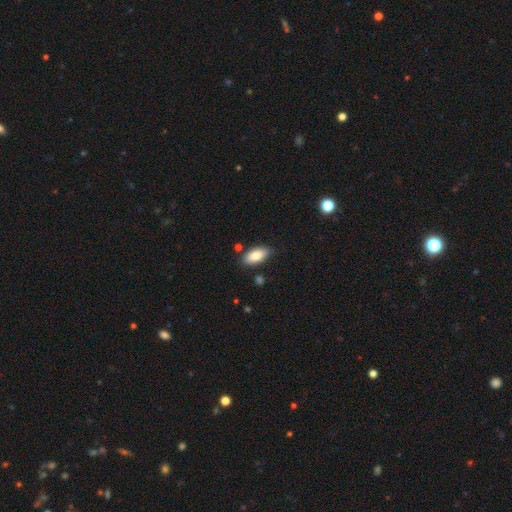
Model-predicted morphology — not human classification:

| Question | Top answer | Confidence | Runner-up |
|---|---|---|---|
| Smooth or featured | smooth | 85% | featured or disk (8%) |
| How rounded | in between | 90% | cigar-shaped (7%) |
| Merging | none | 82% | minor disturbance (12%) |